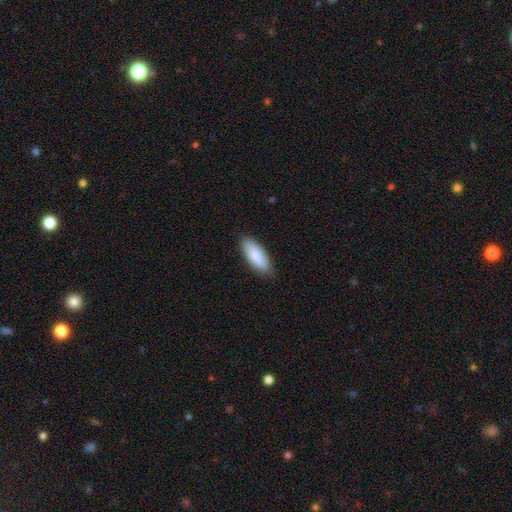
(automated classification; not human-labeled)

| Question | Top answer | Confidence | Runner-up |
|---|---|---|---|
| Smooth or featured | smooth | 84% | featured or disk (11%) |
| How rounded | in between | 73% | cigar-shaped (26%) |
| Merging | none | 86% | minor disturbance (11%) |